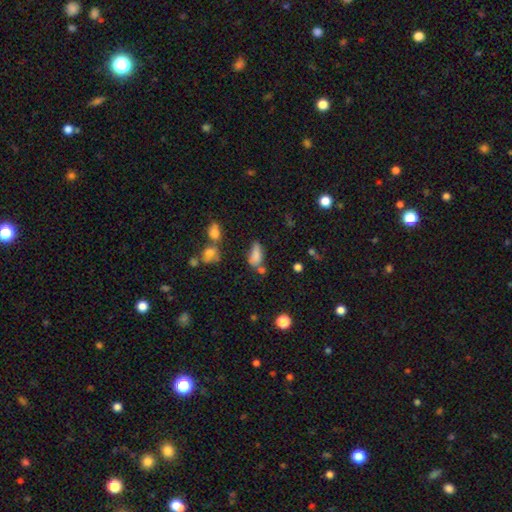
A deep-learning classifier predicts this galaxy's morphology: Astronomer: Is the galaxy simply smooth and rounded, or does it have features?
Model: smooth — 77%.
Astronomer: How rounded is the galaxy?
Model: in between — 80%.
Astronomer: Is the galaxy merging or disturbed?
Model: none — 39% (runner-up: merger, 24%).